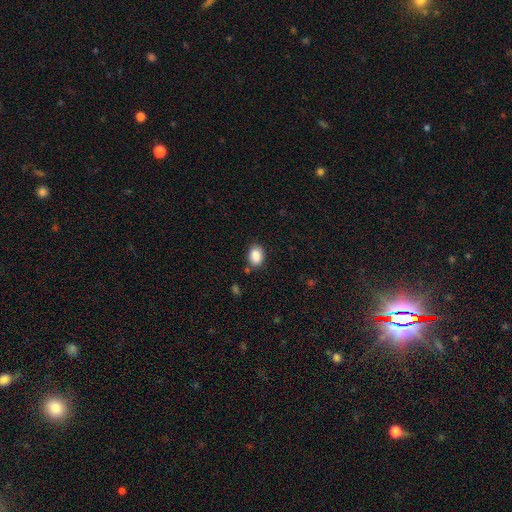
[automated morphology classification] Q: Smooth or featured?
A: smooth (89%); runner-up: star or artifact (8%)
Q: How rounded?
A: in between (74%); runner-up: round (25%)
Q: Merging?
A: none (82%); runner-up: minor disturbance (12%)